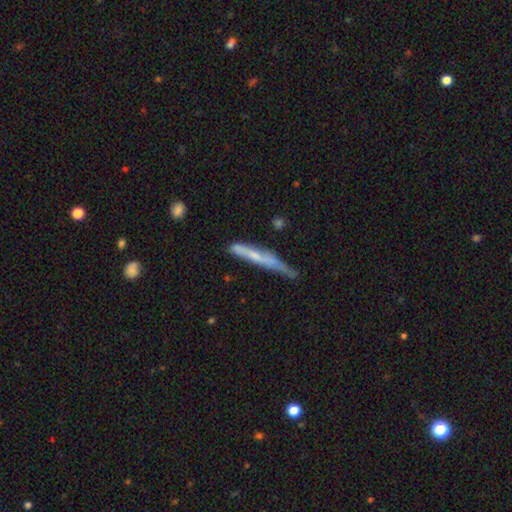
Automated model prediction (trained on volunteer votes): Smooth or featured: featured or disk — 47% (smooth — 46%)
Merging: none — 53% (minor disturbance — 32%)